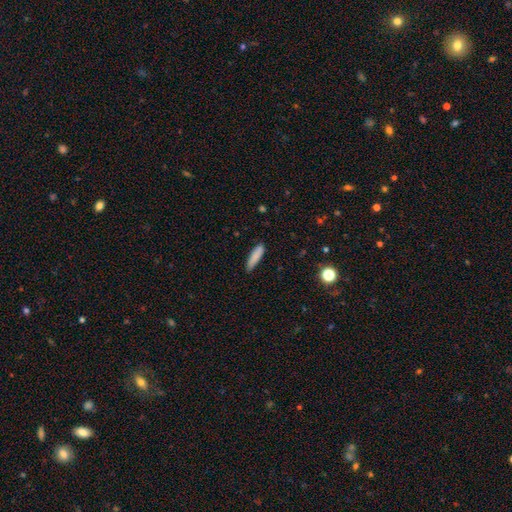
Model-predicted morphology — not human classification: A smooth galaxy with no disk features (86%) that is cigar-shaped (71%). Merging: none (76%).